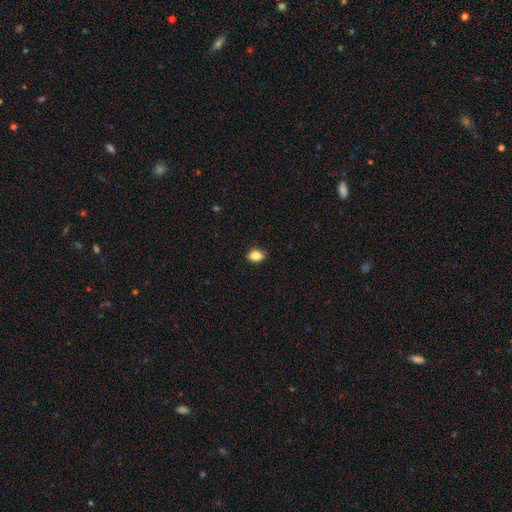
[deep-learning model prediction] Smooth or featured? smooth (84%)
How rounded? in between (70%)
Merging? none (85%)